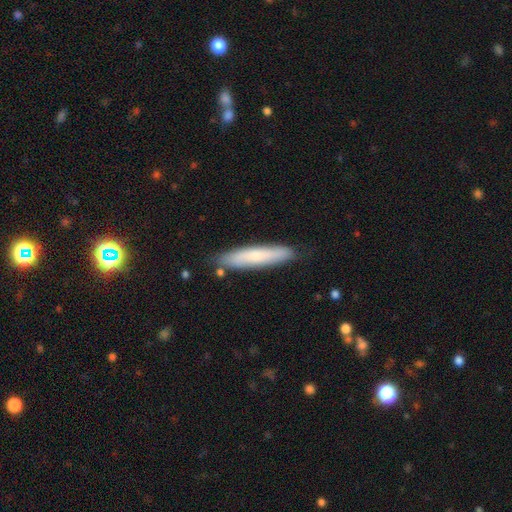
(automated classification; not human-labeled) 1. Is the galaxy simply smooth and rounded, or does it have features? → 70% smooth, 24% featured or disk, 6% star or artifact.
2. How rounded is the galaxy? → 87% cigar-shaped, 12% in between, 1% round.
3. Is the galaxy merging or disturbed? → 84% none, 12% minor disturbance, 2% merger, 2% major disturbance.